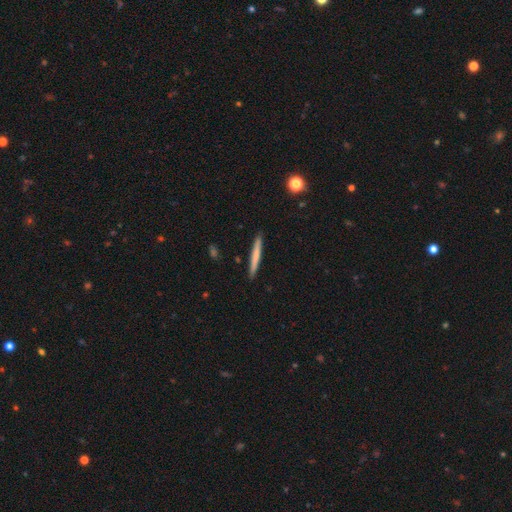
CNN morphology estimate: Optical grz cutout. It shows a smooth galaxy with no disk features (69%) that is cigar-shaped (97%). Merging: none (92%).